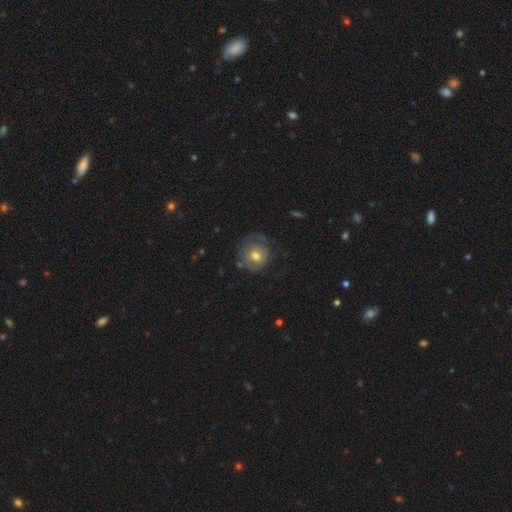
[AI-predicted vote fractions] Smooth or featured: smooth — 50% (featured or disk — 42%)
How rounded: round — 83% (in between — 16%)
Merging: none — 52% (minor disturbance — 26%)